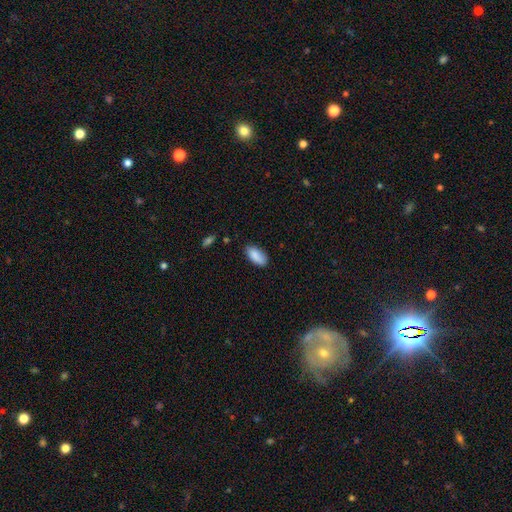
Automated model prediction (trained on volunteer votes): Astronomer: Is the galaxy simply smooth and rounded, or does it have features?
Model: smooth — 86%.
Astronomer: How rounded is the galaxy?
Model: in between — 92%.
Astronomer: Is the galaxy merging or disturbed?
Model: none — 76%.